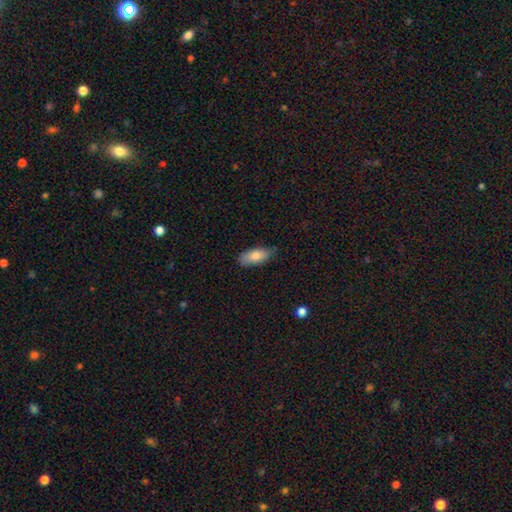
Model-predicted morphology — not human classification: A smooth galaxy with no disk features (80%) that is in between round and cigar-shaped (85%). Merging: none (74%).